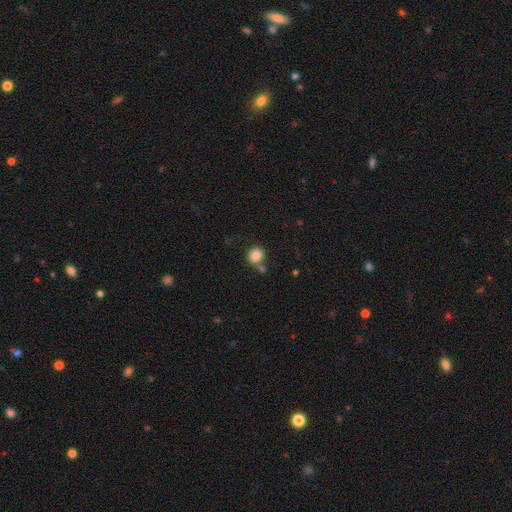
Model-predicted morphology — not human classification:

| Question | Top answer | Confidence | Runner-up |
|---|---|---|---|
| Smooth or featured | smooth | 85% | star or artifact (10%) |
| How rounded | round | 83% | in between (16%) |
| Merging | none | 62% | merger (21%) |